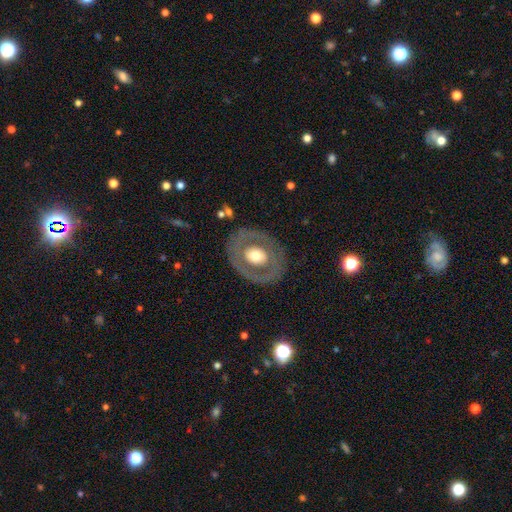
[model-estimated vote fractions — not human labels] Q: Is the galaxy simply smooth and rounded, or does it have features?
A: featured or disk — 55%.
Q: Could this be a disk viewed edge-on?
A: no — 94%.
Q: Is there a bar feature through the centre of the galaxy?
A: no — 81%.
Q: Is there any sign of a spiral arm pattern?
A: no — 86%.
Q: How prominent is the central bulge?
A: moderate — 53%.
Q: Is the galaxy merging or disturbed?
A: none — 80%.